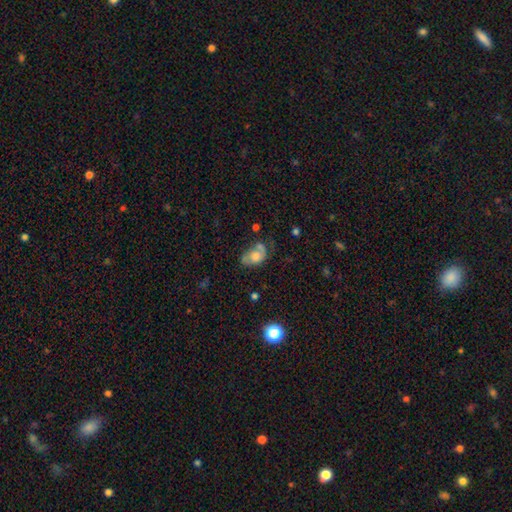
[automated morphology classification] Smooth or featured: smooth — 52% (featured or disk — 37%)
How rounded: in between — 80% (round — 19%)
Merging: none — 40% (minor disturbance — 30%)